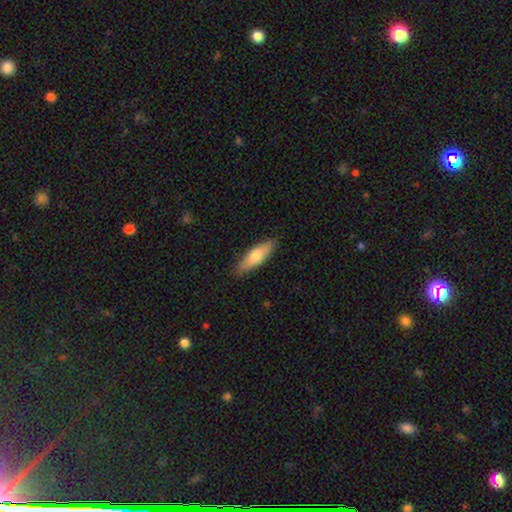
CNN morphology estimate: smooth_or_featured: smooth (p=0.66) [alt: featured or disk p=0.29]
how_rounded: cigar-shaped (p=0.51) [alt: in between p=0.47]
merging: none (p=0.87) [alt: minor disturbance p=0.10]